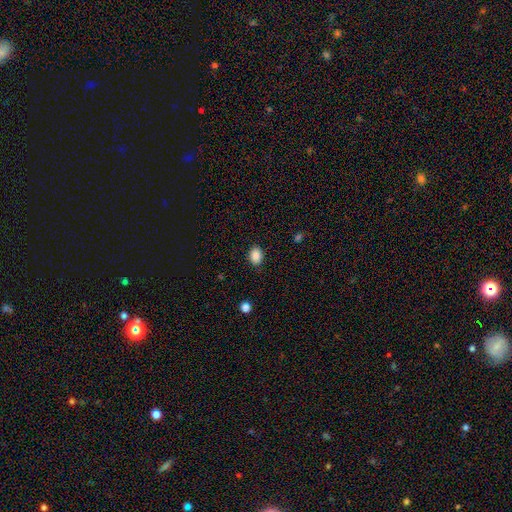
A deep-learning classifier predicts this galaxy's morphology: Smooth or featured?
  - smooth: 88% *
  - star or artifact: 9%
  - featured or disk: 3%
How rounded?
  - in between: 66% *
  - round: 33%
  - cigar-shaped: 1%
Merging?
  - none: 87% *
  - minor disturbance: 10%
  - major disturbance: 2%
  - merger: 1%